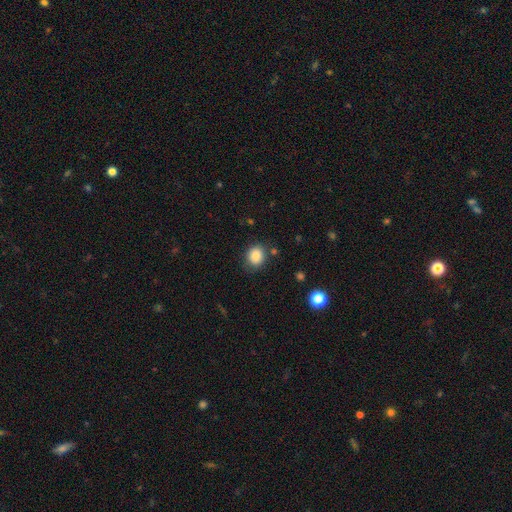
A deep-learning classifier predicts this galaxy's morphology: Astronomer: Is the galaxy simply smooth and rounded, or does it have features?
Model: smooth — 86%.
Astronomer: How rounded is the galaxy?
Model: round — 71%.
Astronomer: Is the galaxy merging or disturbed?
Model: none — 81%.